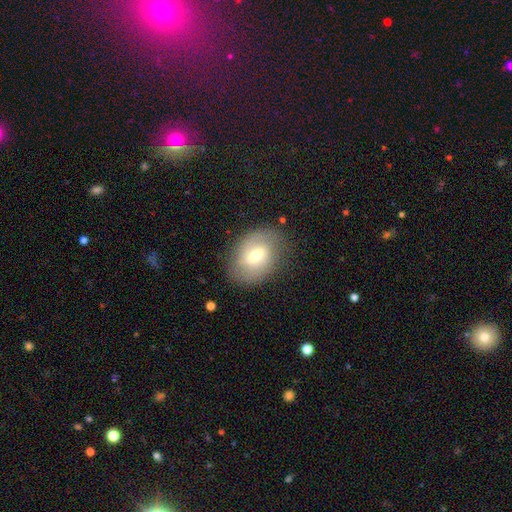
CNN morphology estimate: A featured or disk galaxy (50%).

Vote fractions:
- Smooth or featured? featured or disk: 50% / smooth: 41% / star or artifact: 9%
- Edge-on disk? no: 94% / yes: 6%
- Merging? none: 78% / minor disturbance: 15% / major disturbance: 6% / merger: 1%